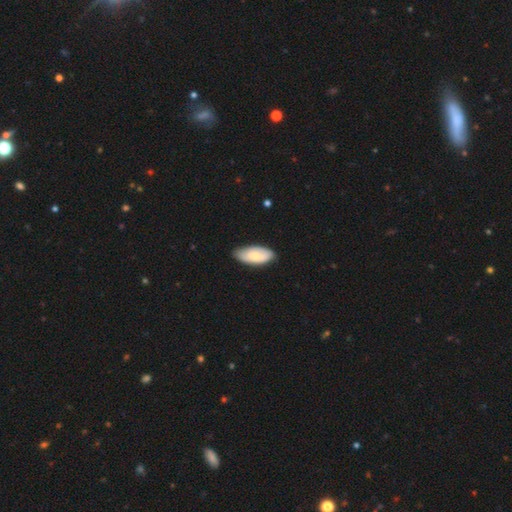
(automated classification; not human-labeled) Smooth or featured? smooth (72%)
How rounded? in between (90%)
Merging? none (74%)